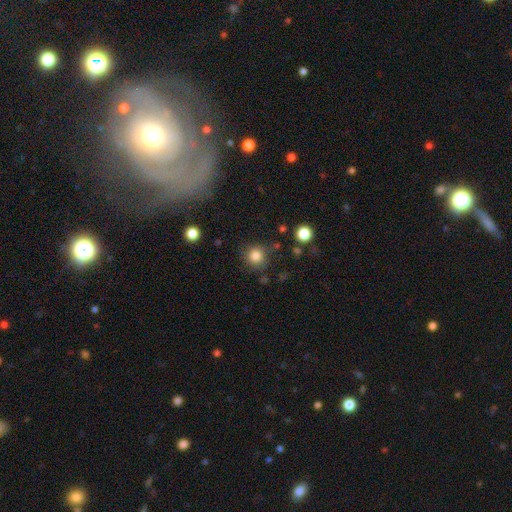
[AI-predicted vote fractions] smooth_or_featured: smooth (p=0.83) [alt: star or artifact p=0.11]
how_rounded: round (p=0.92) [alt: in between p=0.07]
merging: none (p=0.82) [alt: minor disturbance p=0.11]